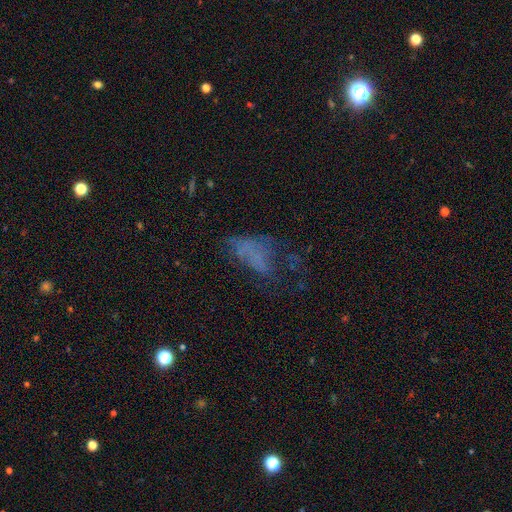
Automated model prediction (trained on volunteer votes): smooth_or_featured: smooth (p=0.40) [alt: featured or disk p=0.35]
merging: major disturbance (p=0.41) [alt: none p=0.33]